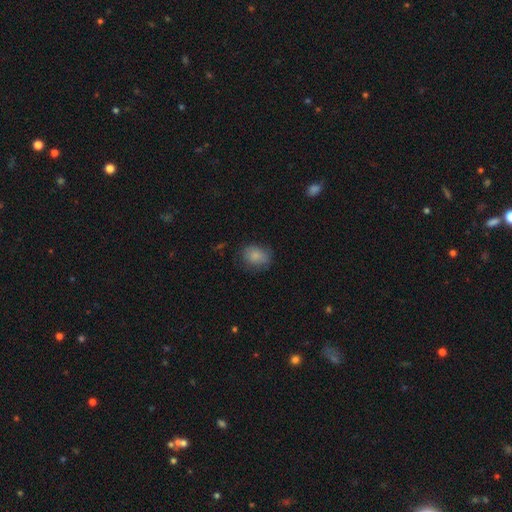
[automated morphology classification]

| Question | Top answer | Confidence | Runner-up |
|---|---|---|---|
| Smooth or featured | smooth | 83% | star or artifact (9%) |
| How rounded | in between | 53% | round (46%) |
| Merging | none | 70% | minor disturbance (21%) |